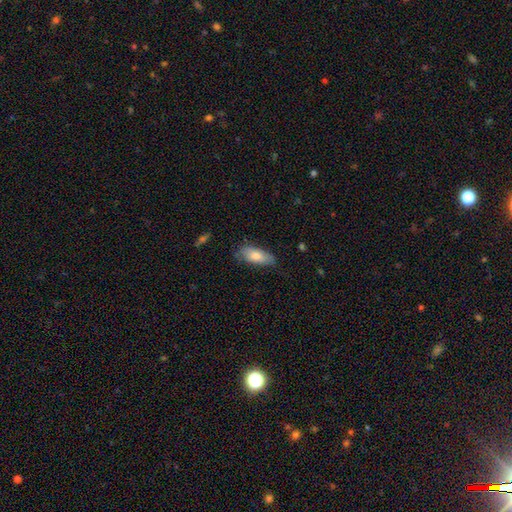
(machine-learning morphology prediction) smooth_or_featured: smooth (p=0.74) [alt: featured or disk p=0.19]
how_rounded: in between (p=0.80) [alt: cigar-shaped p=0.18]
merging: none (p=0.66) [alt: minor disturbance p=0.27]